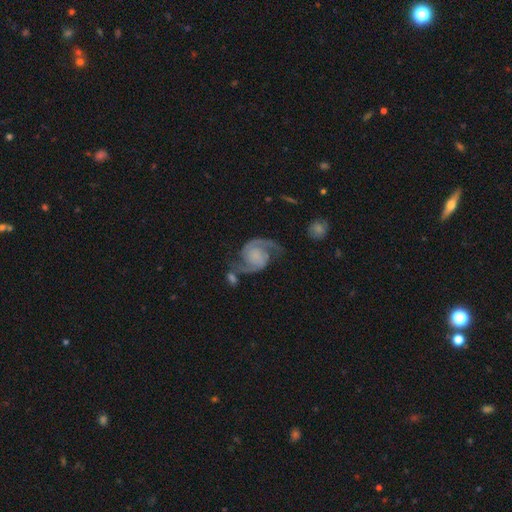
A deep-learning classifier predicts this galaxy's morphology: Smooth or featured: featured or disk — 90% (smooth — 5%)
Edge-on disk: no — 98% (yes — 2%)
Bar: no — 70% (weak — 23%)
Spiral arms: yes — 98% (no — 2%)
Spiral winding: medium — 49% (loose — 36%)
Spiral arm count: 2 — 94% (1 — 1%)
Bulge size: none — 55% (small — 18%)
Merging: none — 65% (minor disturbance — 18%)